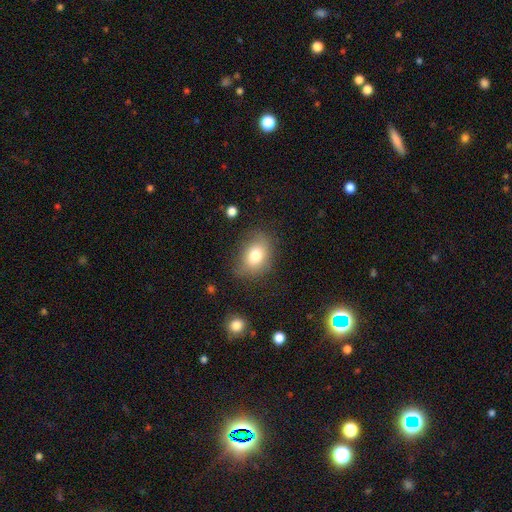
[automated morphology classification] Smooth or featured?
  - smooth: 78% *
  - featured or disk: 12%
  - star or artifact: 9%
How rounded?
  - in between: 72% *
  - round: 27%
  - cigar-shaped: 1%
Merging?
  - none: 66% *
  - minor disturbance: 24%
  - major disturbance: 8%
  - merger: 2%